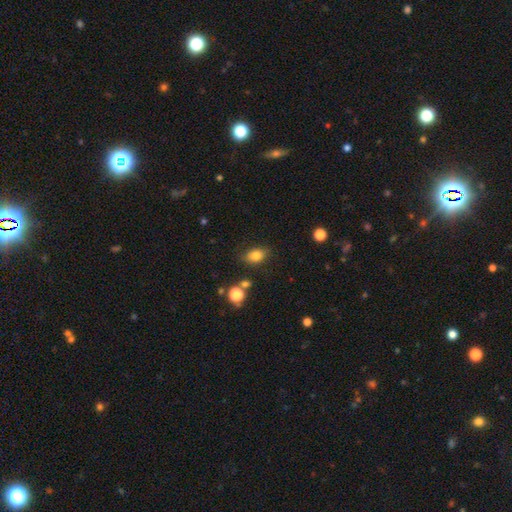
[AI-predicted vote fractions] smooth 80%, star or artifact 11%, featured or disk 9%. Down the decision tree: how rounded — in between (73%); merging — none (78%).